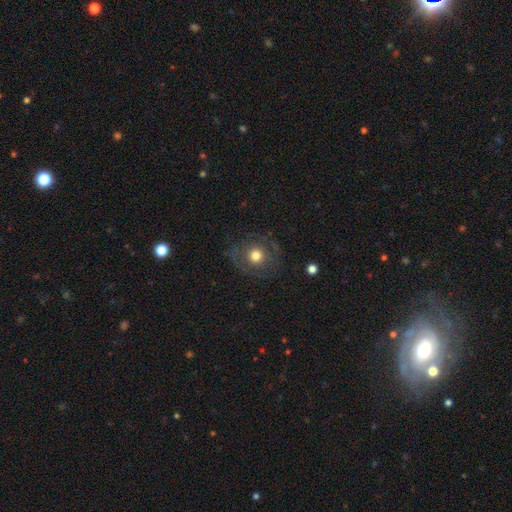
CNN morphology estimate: Overall: smooth (62%; featured or disk 28%). How rounded: round (87%). Merging: none (78%).